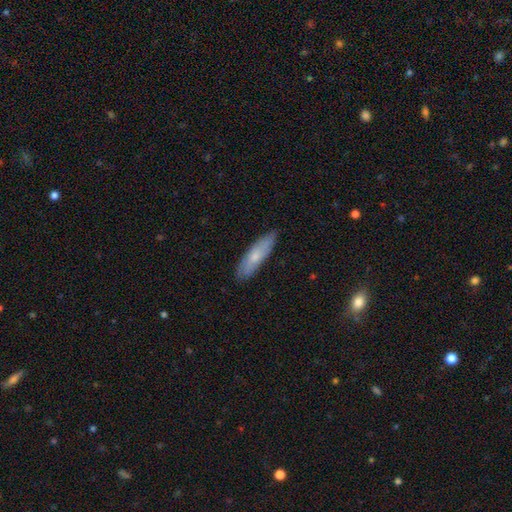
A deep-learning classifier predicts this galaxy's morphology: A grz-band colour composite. It shows a smooth galaxy with no disk features (67%) that is cigar-shaped (67%). Merging: none (84%).